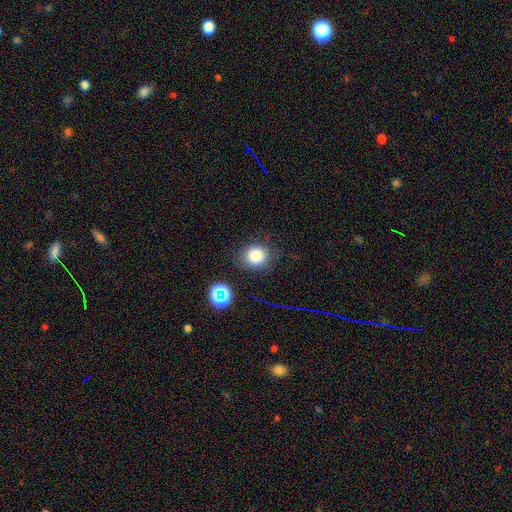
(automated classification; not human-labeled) Q: Smooth or featured?
A: smooth (81%); runner-up: star or artifact (14%)
Q: How rounded?
A: round (81%); runner-up: in between (18%)
Q: Merging?
A: none (80%); runner-up: minor disturbance (12%)